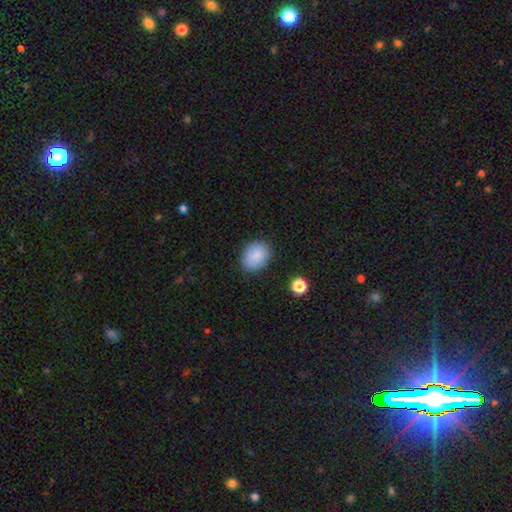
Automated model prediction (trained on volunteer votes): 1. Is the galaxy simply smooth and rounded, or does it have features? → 87% smooth, 8% star or artifact, 6% featured or disk.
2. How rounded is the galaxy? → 52% in between, 47% round, 1% cigar-shaped.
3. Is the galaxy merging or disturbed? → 83% none, 12% minor disturbance, 3% major disturbance, 1% merger.